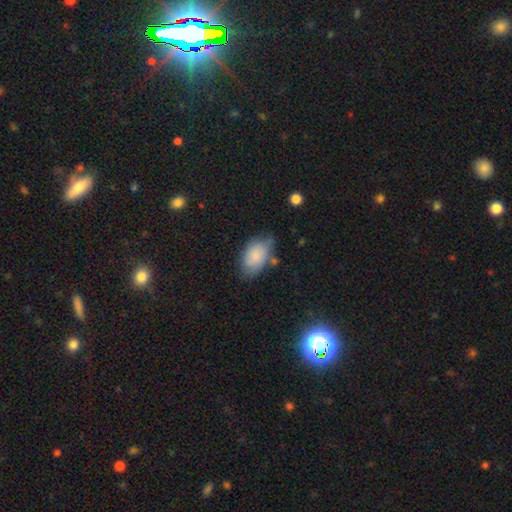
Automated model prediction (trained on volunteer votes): This is likely a smooth galaxy (78%). How rounded: clearly in between (92%). Merging: likely none (63%).